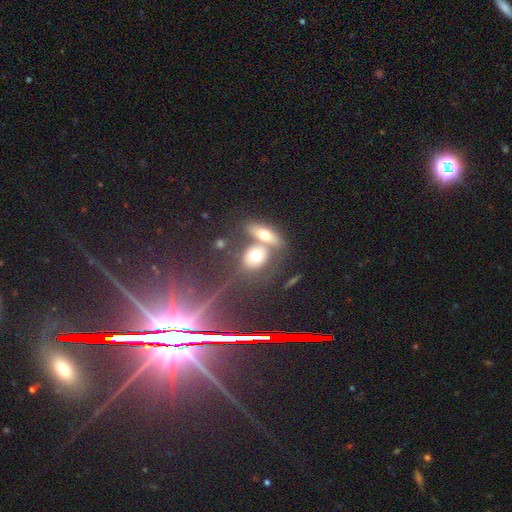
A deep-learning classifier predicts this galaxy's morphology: The model was most divided on "smooth or featured": star or artifact: 59%, featured or disk: 23%, smooth: 18%.